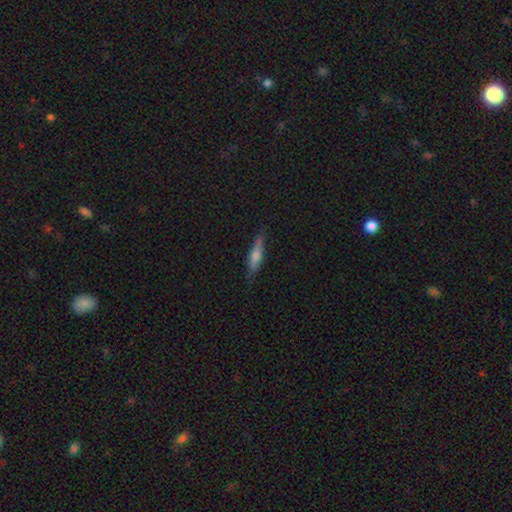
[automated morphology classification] Smooth or featured? smooth (51%)
How rounded? cigar-shaped (82%)
Merging? none (82%)